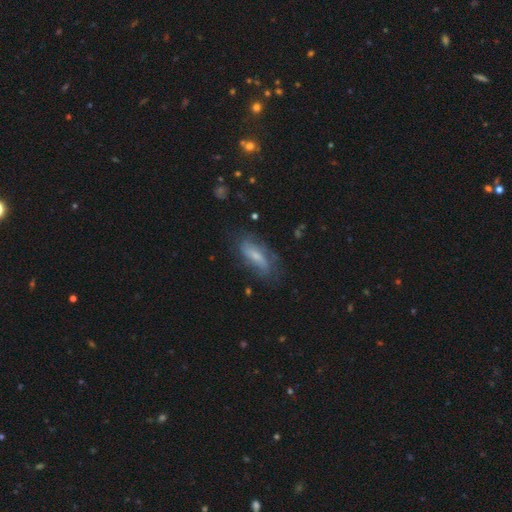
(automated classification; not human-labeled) Overall: featured or disk (48%; smooth 43%). Merging: none (62%; minor disturbance 24%).